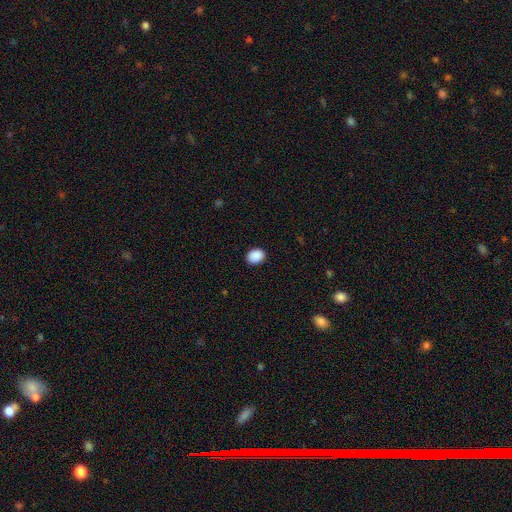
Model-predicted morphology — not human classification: smooth-or-featured: smooth: 90% | star or artifact: 8% | featured or disk: 2%
  how-rounded: in between: 62% | round: 37% | cigar-shaped: 1%
  merging: none: 90% | minor disturbance: 8% | major disturbance: 2% | merger: 1%